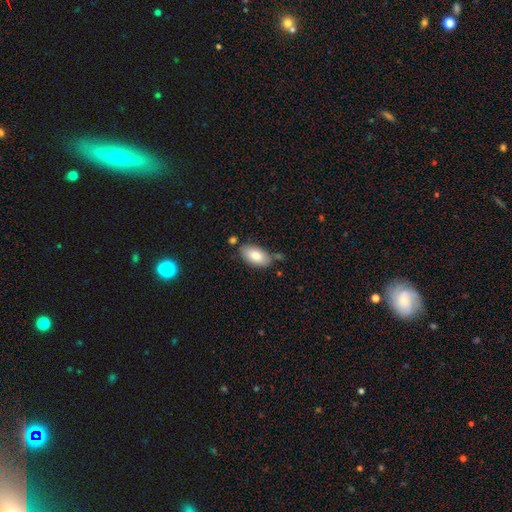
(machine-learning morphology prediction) Overall: smooth (81%). How rounded: in between (94%). Merging: none (73%).